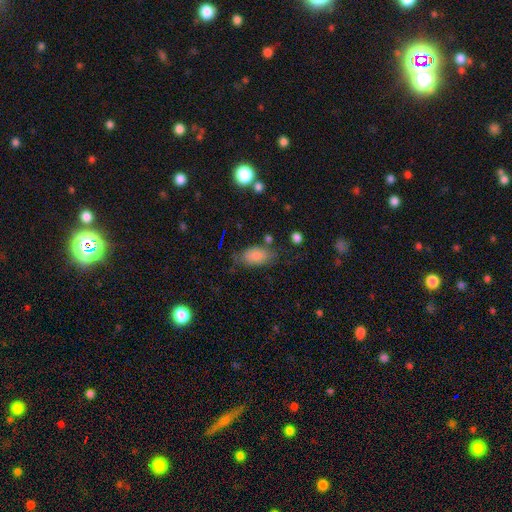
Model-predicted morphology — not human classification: Smooth or featured? Predicted: smooth (p=0.79). How rounded? Predicted: in between (p=0.91). Merging? Predicted: none (p=0.62).